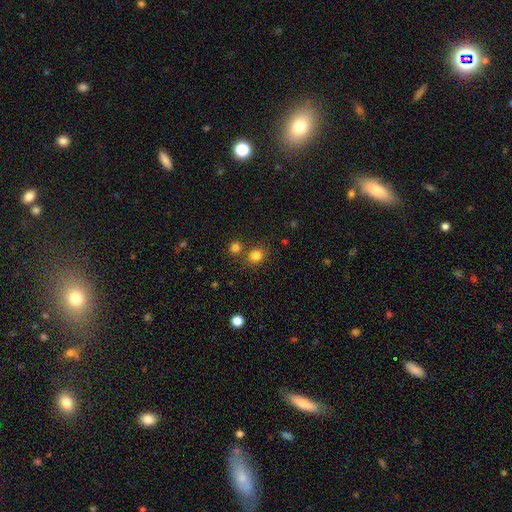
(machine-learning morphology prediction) smooth_or_featured: smooth (p=0.81) [alt: star or artifact p=0.14]
how_rounded: round (p=0.73) [alt: in between p=0.26]
merging: none (p=0.69) [alt: merger p=0.17]